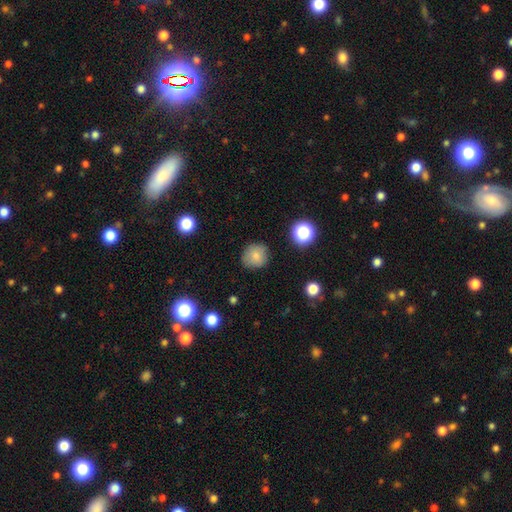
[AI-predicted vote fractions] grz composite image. It shows a smooth galaxy with no disk features (81%) that is round (89%). Merging: none (85%).